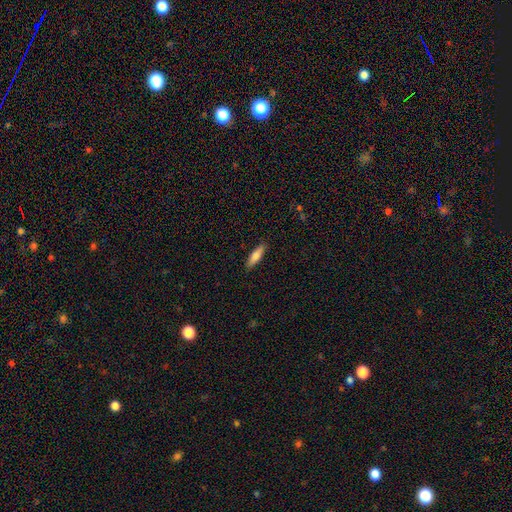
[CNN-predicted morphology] Overall: smooth (74%). How rounded: cigar-shaped (62%; in between 37%). Merging: none (89%).